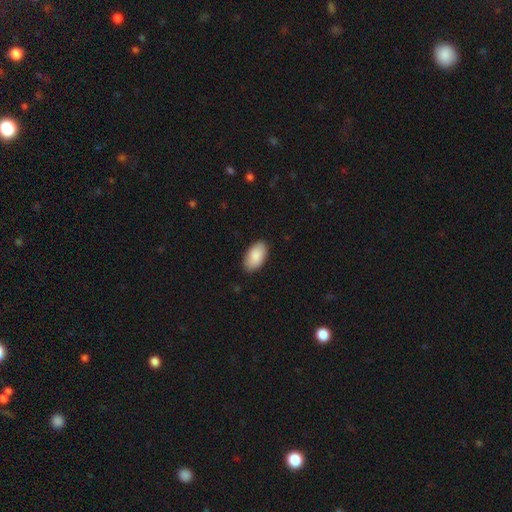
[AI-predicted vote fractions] This is clearly a smooth galaxy (89%). How rounded: clearly in between (95%). Merging: clearly none (86%).